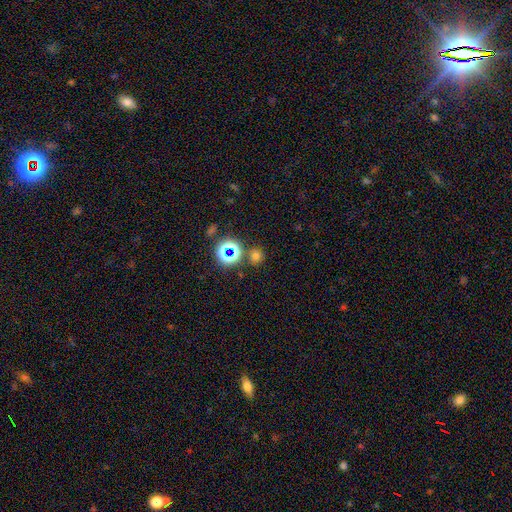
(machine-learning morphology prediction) smooth 64%, star or artifact 30%, featured or disk 6%. Down the decision tree: how rounded — round (88%); merging — none (81%).